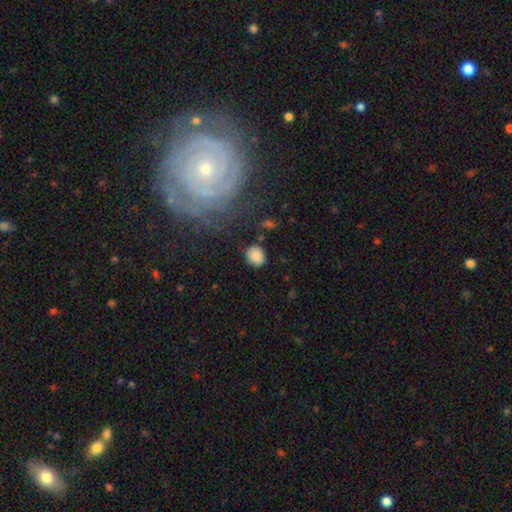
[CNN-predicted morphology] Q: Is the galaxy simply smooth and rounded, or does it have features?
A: smooth — 85%.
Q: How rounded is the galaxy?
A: round — 69%.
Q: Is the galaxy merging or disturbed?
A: none — 81%.